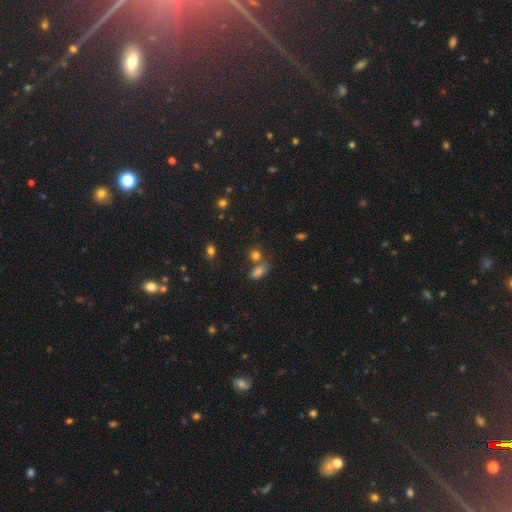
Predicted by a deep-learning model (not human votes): The model was most divided on "merging": none: 54%, merger: 31%, minor disturbance: 10%, major disturbance: 6%. More confident: how rounded — in between (59%); smooth or featured — smooth (56%).